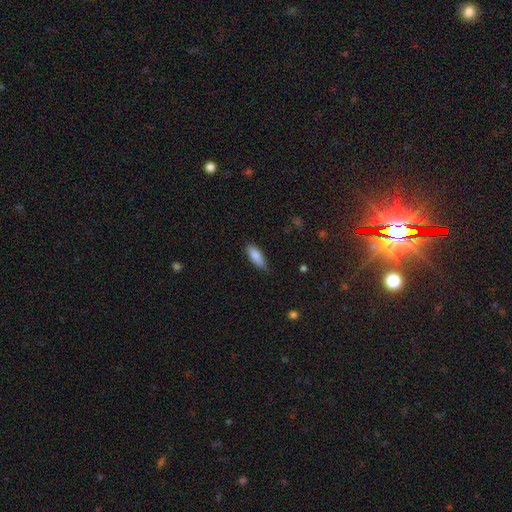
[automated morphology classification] Q: Smooth or featured?
A: smooth (85%); runner-up: featured or disk (9%)
Q: How rounded?
A: in between (62%); runner-up: cigar-shaped (36%)
Q: Merging?
A: none (76%); runner-up: minor disturbance (20%)